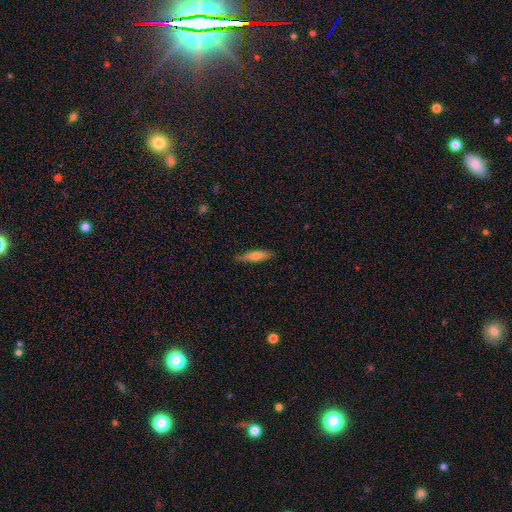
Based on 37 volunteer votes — Q: Smooth or featured?
A: smooth (68%); runner-up: featured or disk (27%)
Q: How rounded?
A: cigar-shaped (76%); runner-up: in between (20%)
Q: Merging?
A: none (94%); runner-up: minor disturbance (6%)